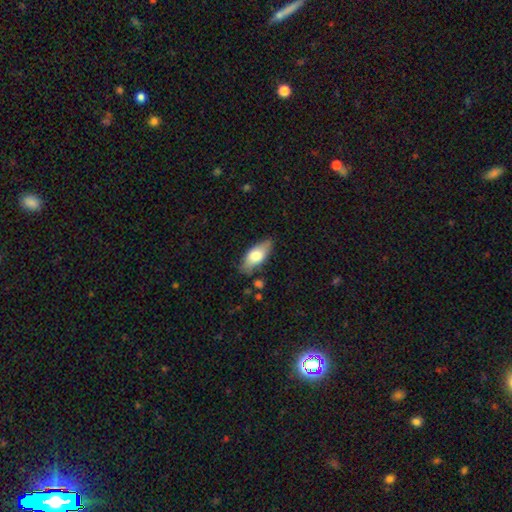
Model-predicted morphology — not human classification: Smooth or featured? smooth (70%)
How rounded? in between (82%)
Merging? none (77%)